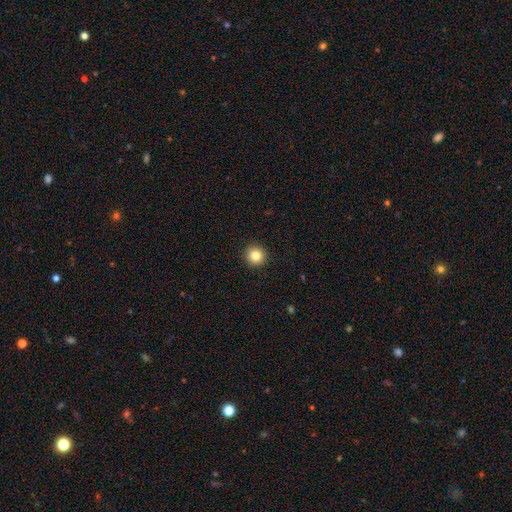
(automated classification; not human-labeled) This is clearly a smooth galaxy (84%). How rounded: clearly round (95%). Merging: clearly none (93%).